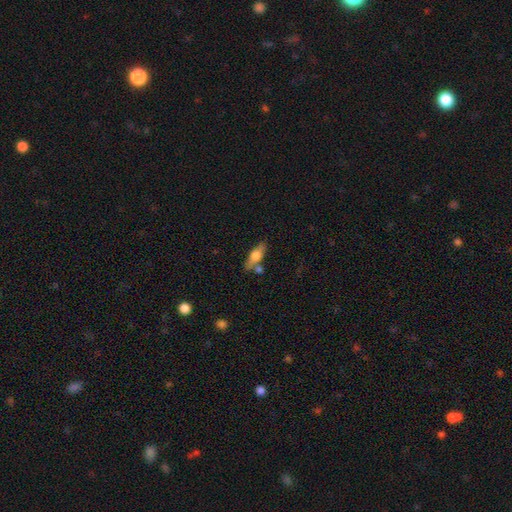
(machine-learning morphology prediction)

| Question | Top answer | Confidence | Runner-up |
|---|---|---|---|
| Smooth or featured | smooth | 50% | featured or disk (44%) |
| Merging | none | 70% | minor disturbance (14%) |